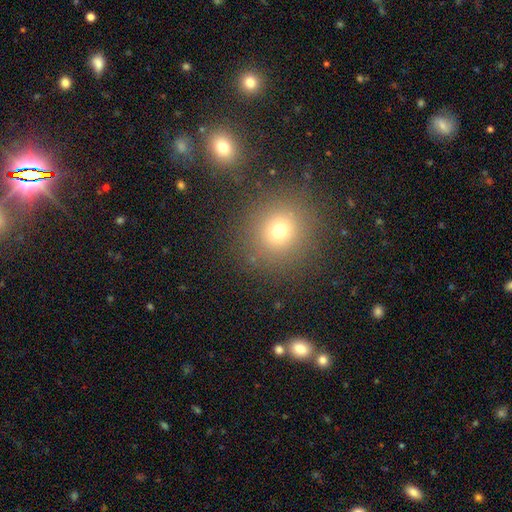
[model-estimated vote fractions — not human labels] This appears to be a smooth galaxy with no disk features (58%) that is round (88%). Merging: none (88%).